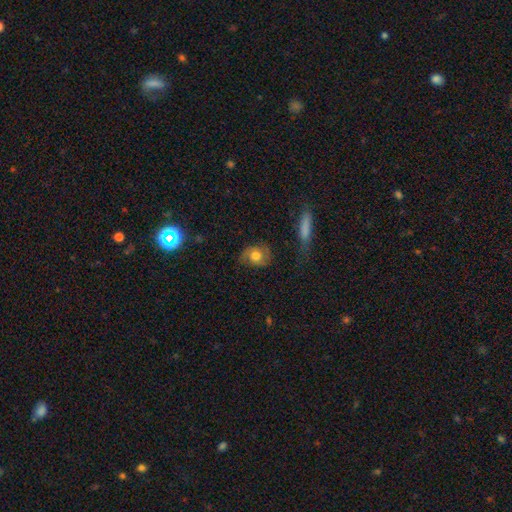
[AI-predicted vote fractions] smooth_or_featured: smooth (p=0.51) [alt: featured or disk p=0.41]
how_rounded: round (p=0.59) [alt: in between p=0.39]
merging: none (p=0.68) [alt: minor disturbance p=0.21]